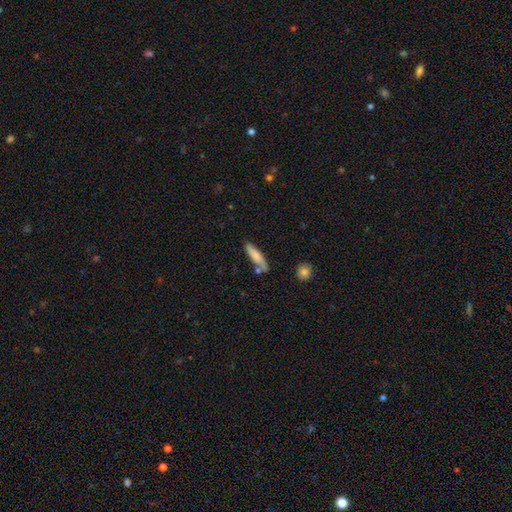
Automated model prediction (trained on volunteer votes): Q: Smooth or featured?
A: smooth (78%); runner-up: featured or disk (16%)
Q: How rounded?
A: cigar-shaped (76%); runner-up: in between (23%)
Q: Merging?
A: none (69%); runner-up: minor disturbance (17%)